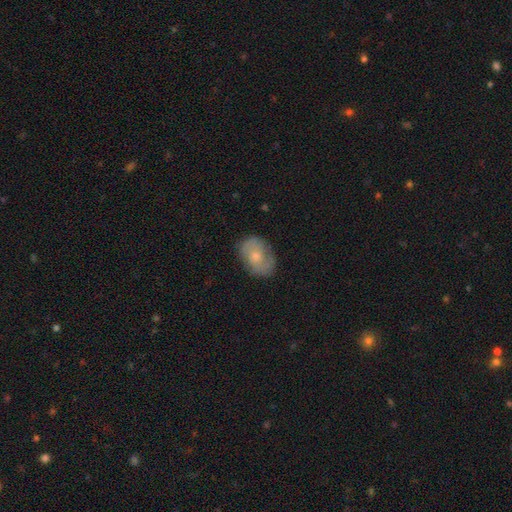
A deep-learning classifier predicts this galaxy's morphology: Smooth or featured? Predicted: featured or disk (p=0.49). Merging? Predicted: none (p=0.76).